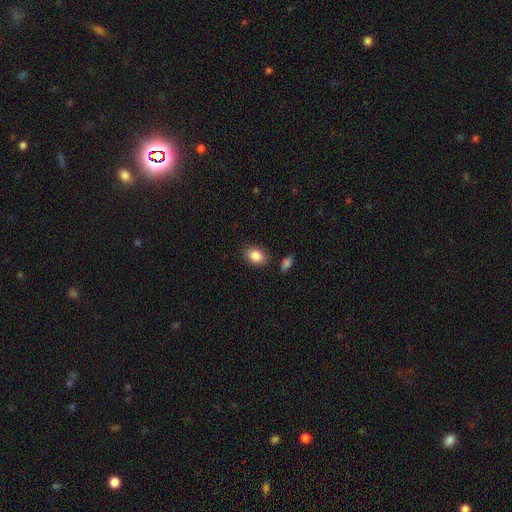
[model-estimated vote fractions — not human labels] Smooth or featured?
  - smooth: 87% *
  - star or artifact: 8%
  - featured or disk: 5%
How rounded?
  - in between: 78% *
  - round: 20%
  - cigar-shaped: 1%
Merging?
  - none: 84% *
  - minor disturbance: 10%
  - merger: 3%
  - major disturbance: 3%